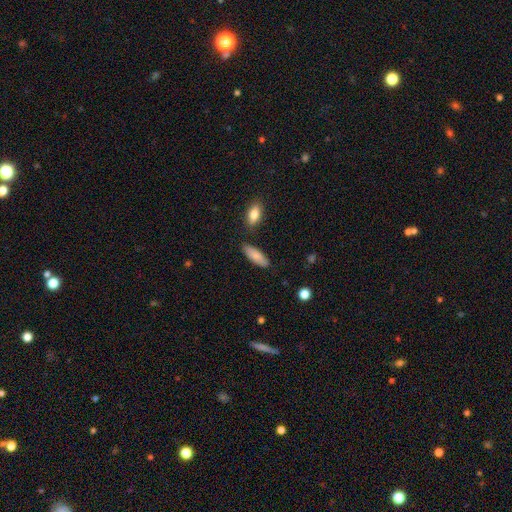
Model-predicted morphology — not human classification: This is clearly a smooth galaxy (82%). How rounded: likely in between (63%). Merging: clearly none (82%).